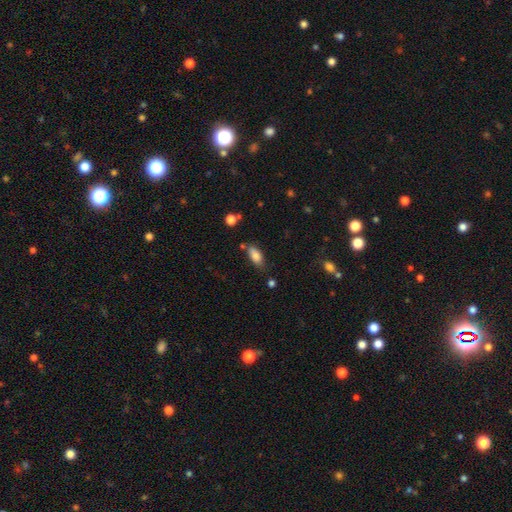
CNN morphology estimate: Smooth or featured: smooth — 81% (featured or disk — 11%)
How rounded: in between — 86% (cigar-shaped — 11%)
Merging: none — 66% (minor disturbance — 22%)